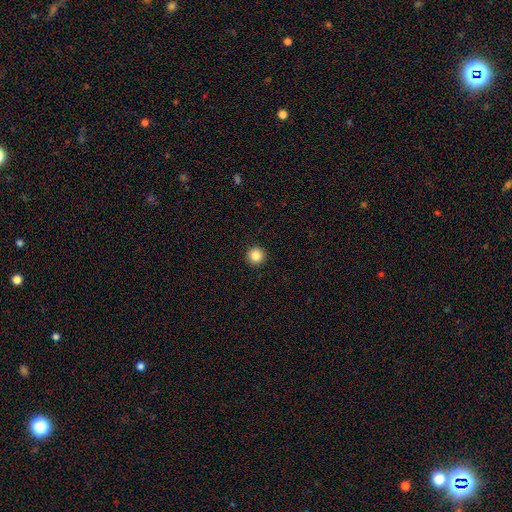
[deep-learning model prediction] Smooth or featured?
  - smooth: 85% *
  - star or artifact: 11%
  - featured or disk: 4%
How rounded?
  - round: 96% *
  - in between: 3%
  - cigar-shaped: 1%
Merging?
  - none: 94% *
  - minor disturbance: 4%
  - major disturbance: 1%
  - merger: 1%